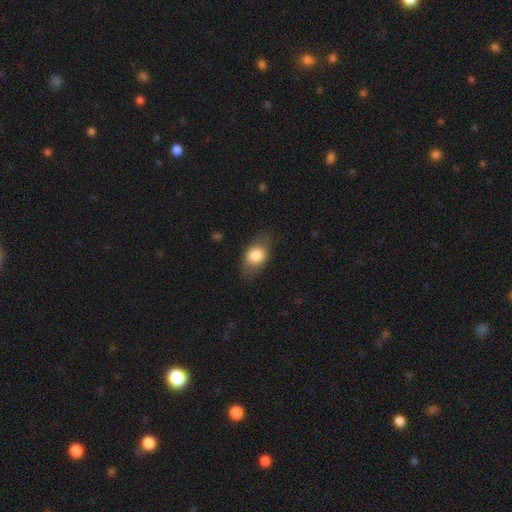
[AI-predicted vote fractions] Q: Smooth or featured?
A: smooth (77%); runner-up: featured or disk (16%)
Q: How rounded?
A: in between (82%); runner-up: round (15%)
Q: Merging?
A: none (79%); runner-up: minor disturbance (15%)